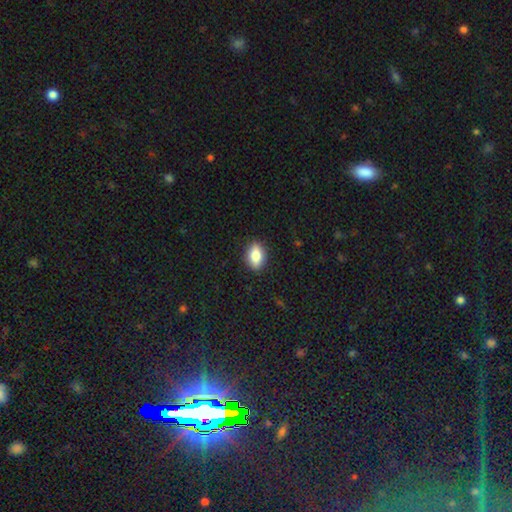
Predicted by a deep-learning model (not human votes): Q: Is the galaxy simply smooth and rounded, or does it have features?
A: smooth — 80%.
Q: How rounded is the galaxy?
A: in between — 82%.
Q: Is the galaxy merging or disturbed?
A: none — 88%.